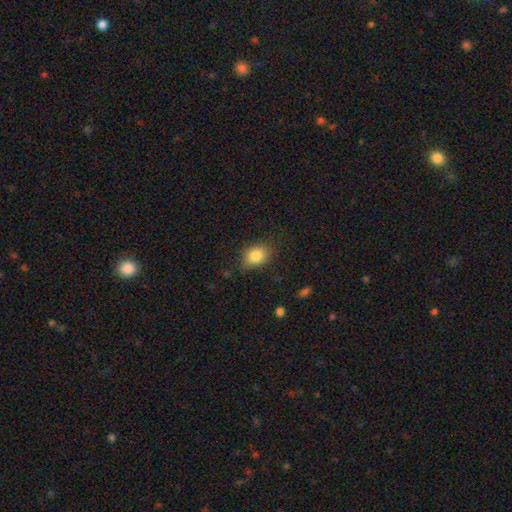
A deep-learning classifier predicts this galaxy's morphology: Smooth or featured?
  - smooth: 83% *
  - star or artifact: 9%
  - featured or disk: 8%
How rounded?
  - in between: 71% *
  - round: 28%
  - cigar-shaped: 1%
Merging?
  - none: 74% *
  - minor disturbance: 20%
  - major disturbance: 5%
  - merger: 1%